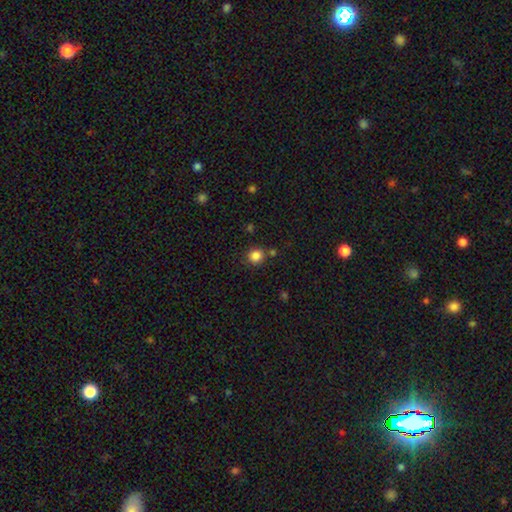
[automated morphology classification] type=smooth (85%); roundness=round (91%); merging=none (81%).